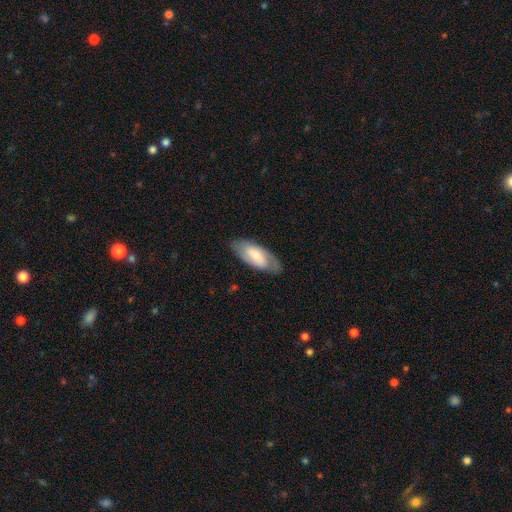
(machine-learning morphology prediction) smooth_or_featured: smooth (p=0.56) [alt: featured or disk p=0.39]
how_rounded: in between (p=0.86) [alt: cigar-shaped p=0.12]
merging: none (p=0.76) [alt: minor disturbance p=0.18]